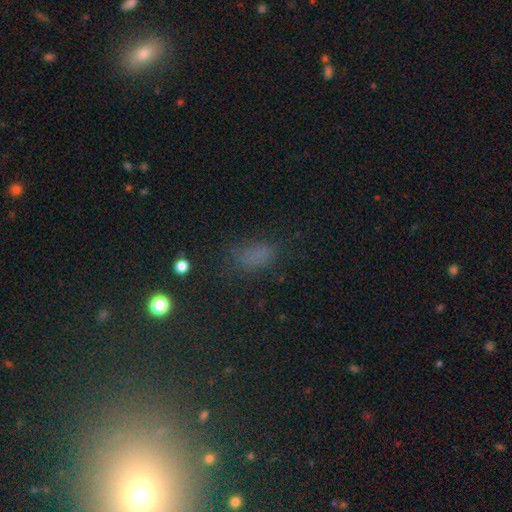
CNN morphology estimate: Q: Smooth or featured?
A: smooth (67%); runner-up: star or artifact (24%)
Q: How rounded?
A: in between (85%); runner-up: round (10%)
Q: Merging?
A: none (65%); runner-up: minor disturbance (20%)